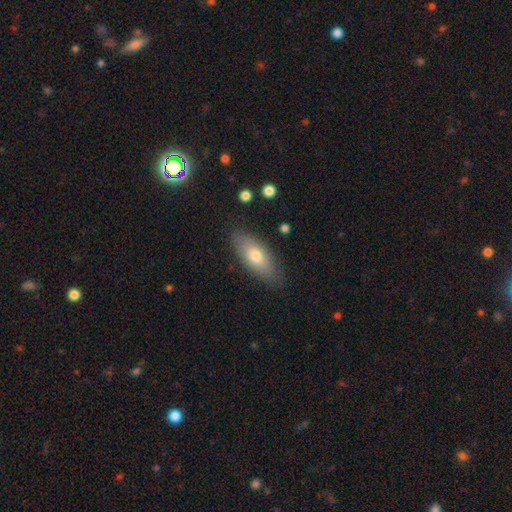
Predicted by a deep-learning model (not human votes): Smooth or featured?
  - smooth: 70% *
  - featured or disk: 23%
  - star or artifact: 6%
How rounded?
  - in between: 79% *
  - cigar-shaped: 18%
  - round: 3%
Merging?
  - none: 83% *
  - minor disturbance: 13%
  - major disturbance: 3%
  - merger: 1%